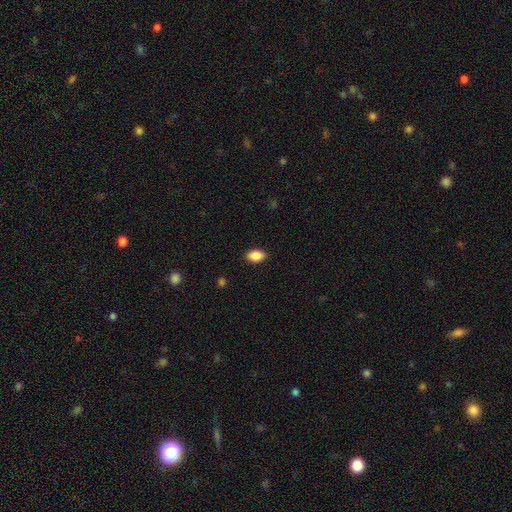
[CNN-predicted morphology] Smooth or featured? Predicted: smooth (p=0.88). How rounded? Predicted: in between (p=0.88). Merging? Predicted: none (p=0.88).